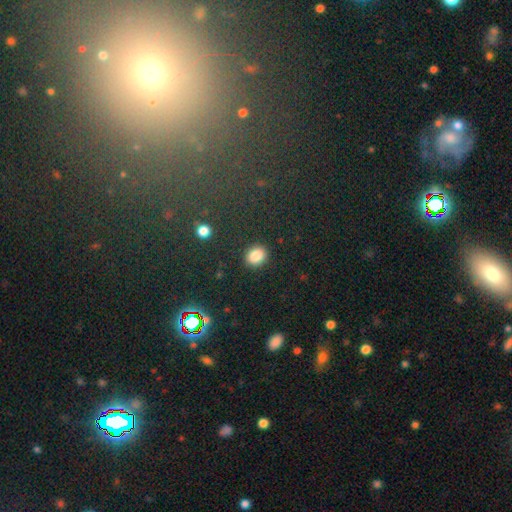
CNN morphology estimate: smooth 86%, star or artifact 10%, featured or disk 4%. Down the decision tree: how rounded — round (56%); merging — none (89%).